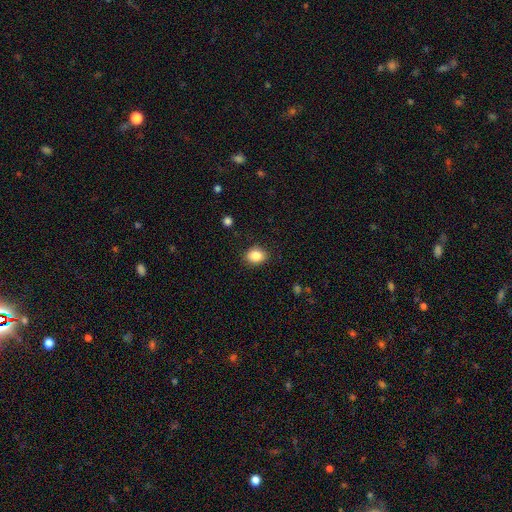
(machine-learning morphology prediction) Smooth or featured: smooth — 85% (star or artifact — 9%)
How rounded: in between — 59% (round — 40%)
Merging: none — 88% (minor disturbance — 9%)